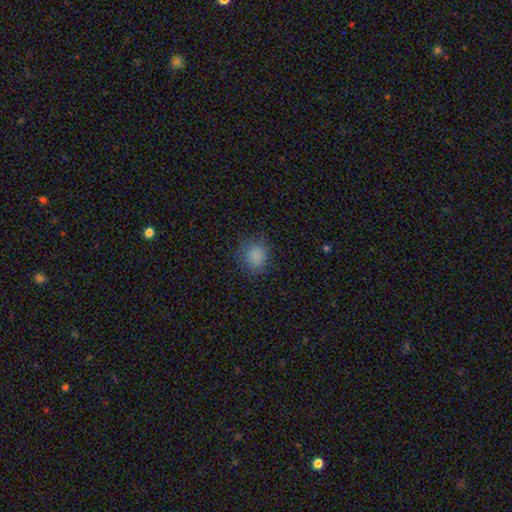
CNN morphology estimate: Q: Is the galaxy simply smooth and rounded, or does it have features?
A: smooth — 84%.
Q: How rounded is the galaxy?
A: round — 80%.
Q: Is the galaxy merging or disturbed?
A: none — 79%.